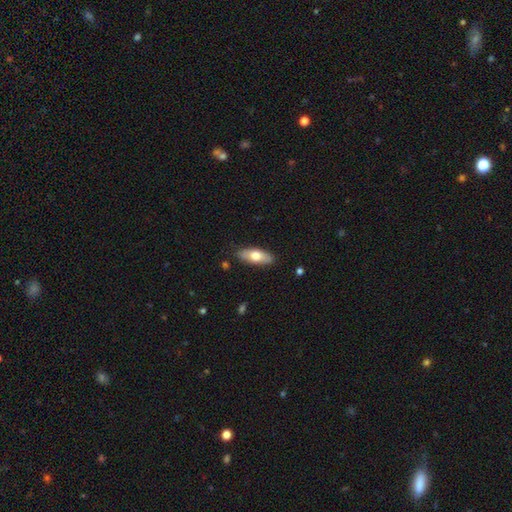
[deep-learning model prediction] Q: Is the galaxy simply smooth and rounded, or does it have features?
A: smooth — 67%.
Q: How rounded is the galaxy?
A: in between — 76%.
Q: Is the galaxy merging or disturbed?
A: none — 86%.